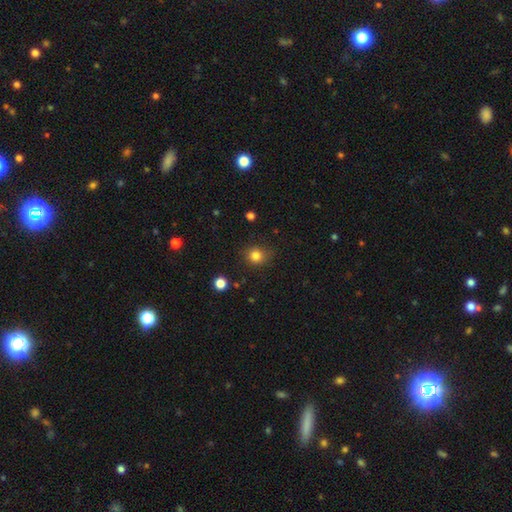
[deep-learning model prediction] A smooth galaxy with no disk features (82%) that is round (86%).

Vote fractions:
- Smooth or featured? smooth: 82% / star or artifact: 13% / featured or disk: 5%
- How rounded? round: 86% / in between: 13% / cigar-shaped: 1%
- Merging? none: 83% / minor disturbance: 12% / major disturbance: 4% / merger: 2%